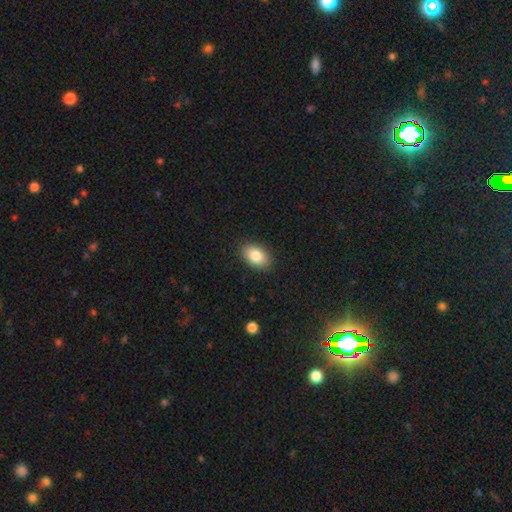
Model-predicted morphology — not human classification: A smooth galaxy with no disk features (85%) that is in between round and cigar-shaped (91%). Merging: none (89%).